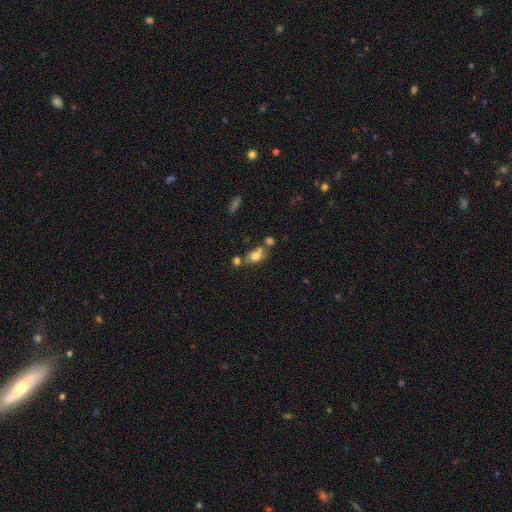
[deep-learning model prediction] Overall: smooth (71%). How rounded: in between (71%). Merging: none (48%; merger 28%).